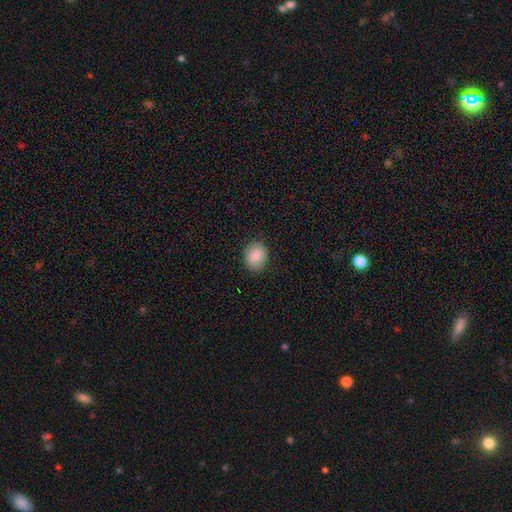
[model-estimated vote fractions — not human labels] Smooth or featured? Predicted: smooth (p=0.88). How rounded? Predicted: round (p=0.54). Merging? Predicted: none (p=0.88).